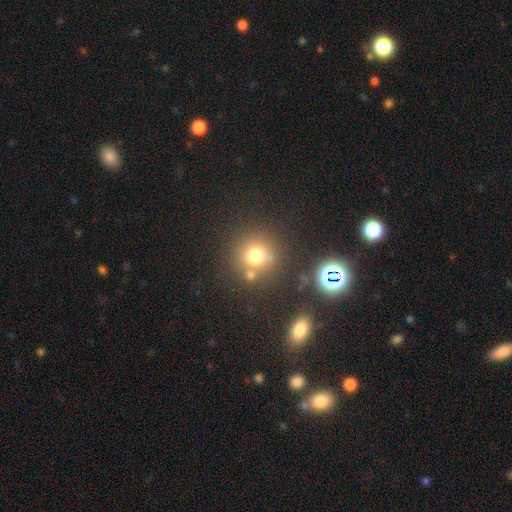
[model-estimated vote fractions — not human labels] The model was most divided on "smooth or featured": smooth: 72%, star or artifact: 18%, featured or disk: 11%. More confident: how rounded — round (92%); merging — none (72%).